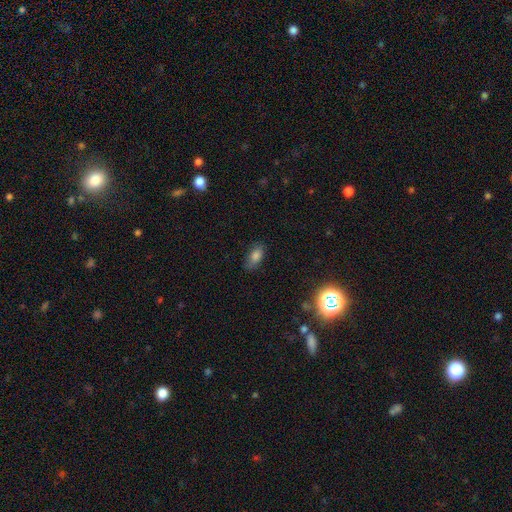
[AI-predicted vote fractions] smooth-or-featured: smooth: 80% | star or artifact: 11% | featured or disk: 8%
  how-rounded: in between: 88% | round: 6% | cigar-shaped: 6%
  merging: none: 77% | minor disturbance: 18% | major disturbance: 4% | merger: 1%